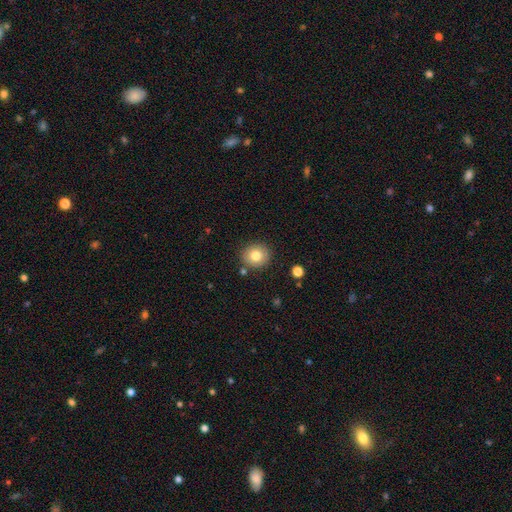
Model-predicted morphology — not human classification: A smooth galaxy with no disk features (80%) that is round (86%).

Vote fractions:
- Smooth or featured? smooth: 80% / featured or disk: 10% / star or artifact: 10%
- How rounded? round: 86% / in between: 14% / cigar-shaped: 1%
- Merging? none: 86% / minor disturbance: 8% / merger: 3% / major disturbance: 2%